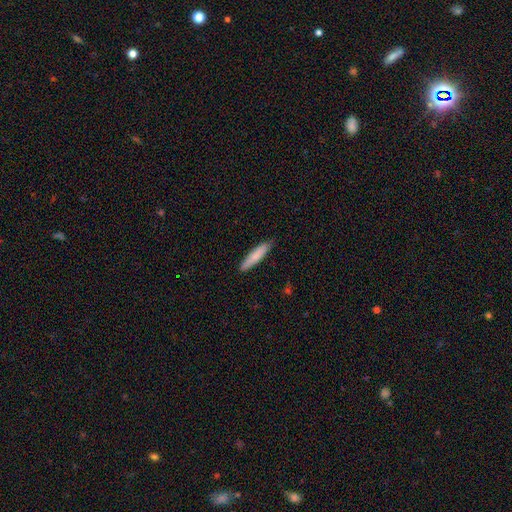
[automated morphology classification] Overall: smooth (79%). How rounded: cigar-shaped (86%). Merging: none (87%).